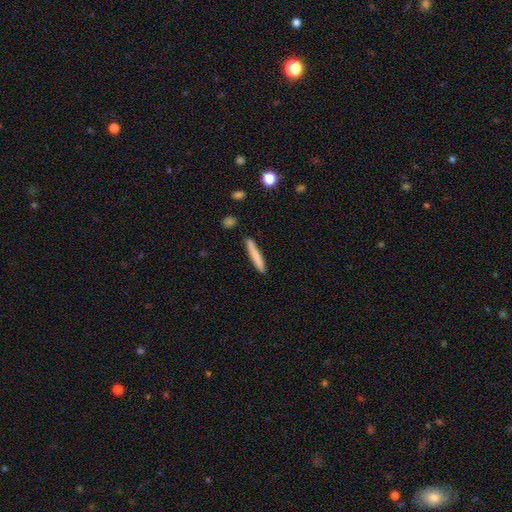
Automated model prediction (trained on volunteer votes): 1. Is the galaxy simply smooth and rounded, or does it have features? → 77% smooth, 18% featured or disk, 6% star or artifact.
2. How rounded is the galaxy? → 95% cigar-shaped, 4% in between, 1% round.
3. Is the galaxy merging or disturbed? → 86% none, 10% minor disturbance, 2% merger, 2% major disturbance.